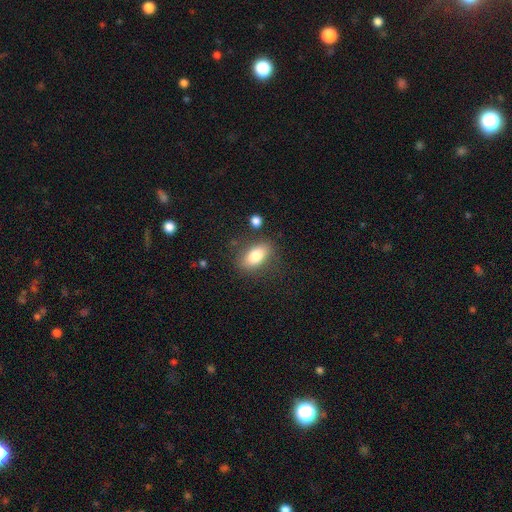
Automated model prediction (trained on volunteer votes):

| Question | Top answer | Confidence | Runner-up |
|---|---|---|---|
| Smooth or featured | smooth | 79% | featured or disk (13%) |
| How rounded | in between | 87% | round (7%) |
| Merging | none | 79% | minor disturbance (13%) |